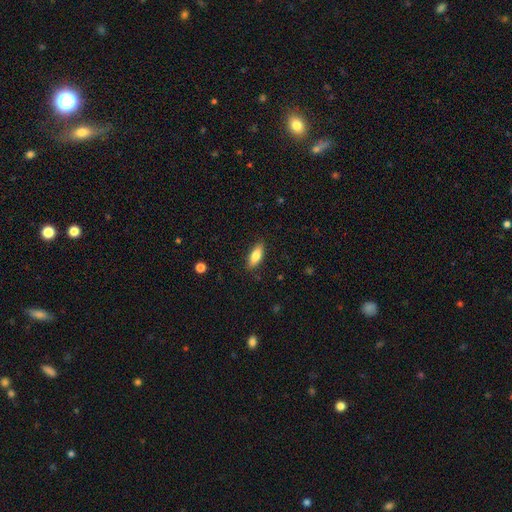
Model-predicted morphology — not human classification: Smooth or featured? Predicted: smooth (p=0.77). How rounded? Predicted: in between (p=0.70). Merging? Predicted: none (p=0.87).